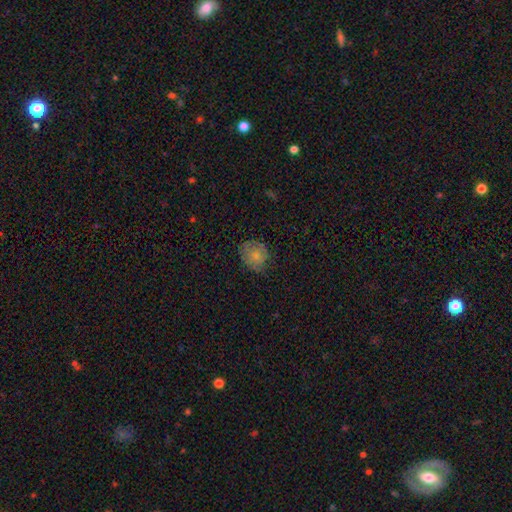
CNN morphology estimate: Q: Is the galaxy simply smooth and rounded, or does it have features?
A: smooth — 72%.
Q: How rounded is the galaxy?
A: round — 71%.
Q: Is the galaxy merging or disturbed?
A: none — 64%.